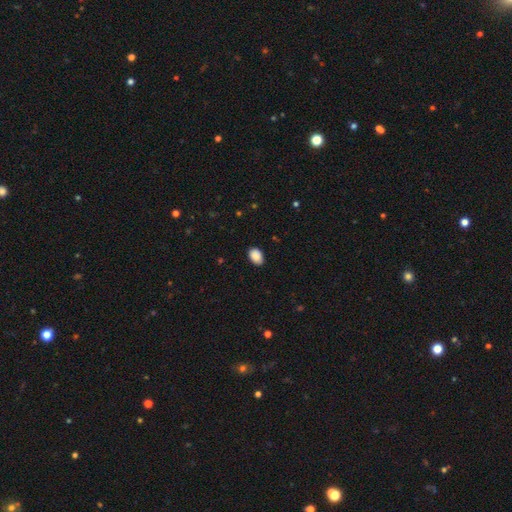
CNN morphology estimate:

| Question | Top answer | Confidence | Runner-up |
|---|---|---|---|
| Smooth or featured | smooth | 90% | star or artifact (7%) |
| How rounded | in between | 83% | round (16%) |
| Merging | none | 86% | minor disturbance (11%) |